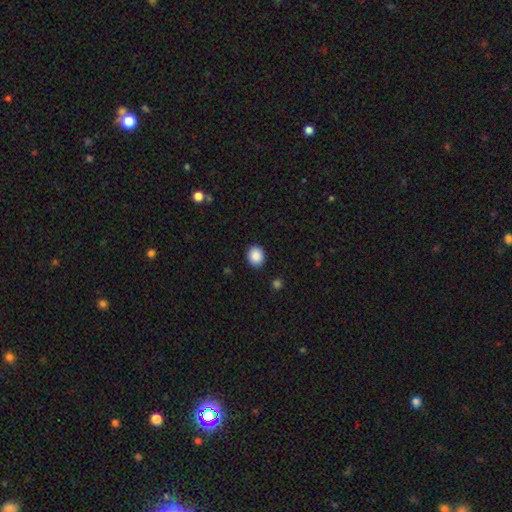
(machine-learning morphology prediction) The model was most divided on "how rounded": round: 68%, in between: 31%, cigar-shaped: 1%. More confident: merging — none (90%); smooth or featured — smooth (88%).